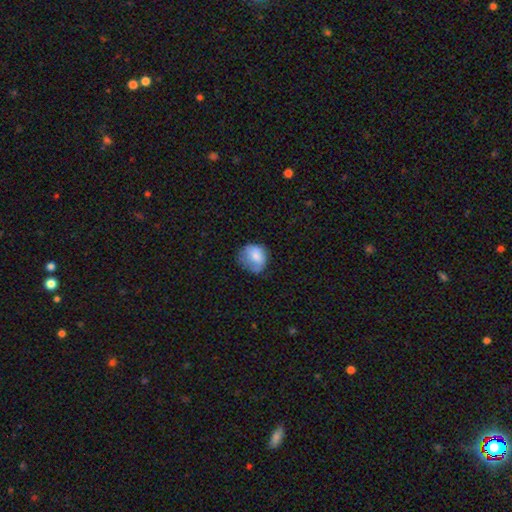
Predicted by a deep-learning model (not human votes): Morphology: type=smooth (72%); roundness=round (71%); merging=none (52%).